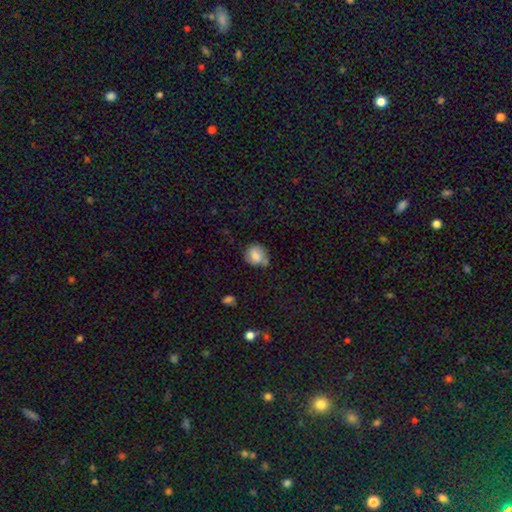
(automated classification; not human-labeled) smooth 72%, featured or disk 19%, star or artifact 9%. Down the decision tree: how rounded — round (78%); merging — none (59%).